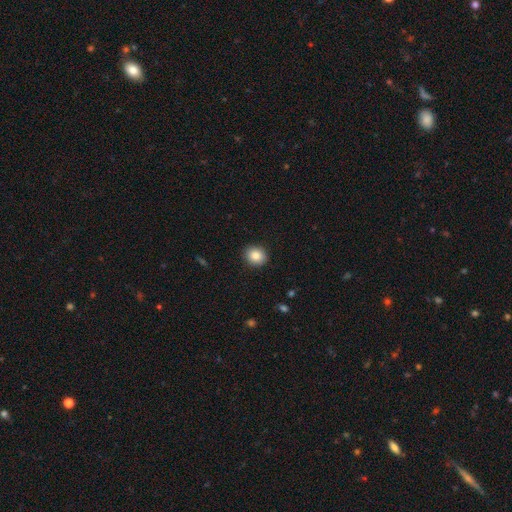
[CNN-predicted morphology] Smooth or featured: smooth — 86% (star or artifact — 9%)
How rounded: round — 68% (in between — 31%)
Merging: none — 91% (minor disturbance — 6%)